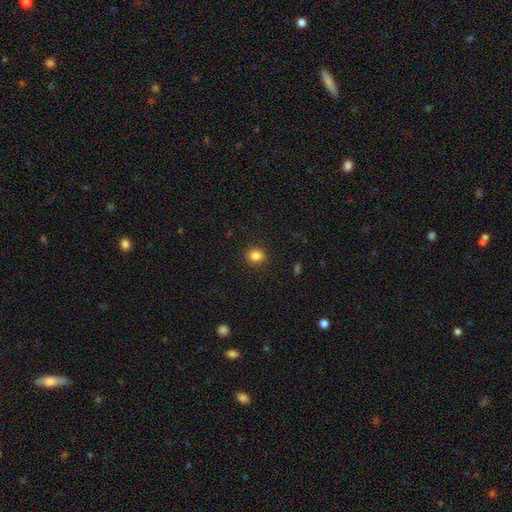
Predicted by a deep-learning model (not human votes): Smooth or featured? smooth (85%)
How rounded? round (77%)
Merging? none (91%)